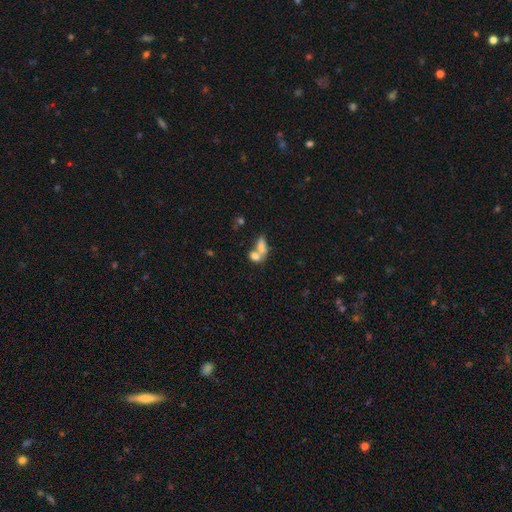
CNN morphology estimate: Smooth or featured: smooth — 73% (featured or disk — 17%)
How rounded: in between — 79% (round — 13%)
Merging: merger — 66% (none — 21%)